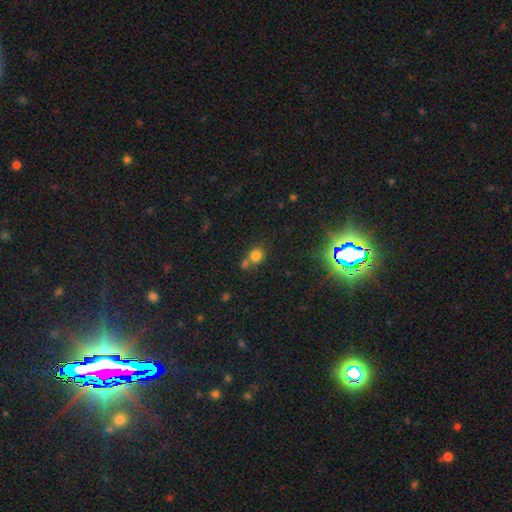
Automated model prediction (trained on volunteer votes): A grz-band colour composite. It shows a smooth galaxy with no disk features (77%) that is round (76%). Merging: none (46%).